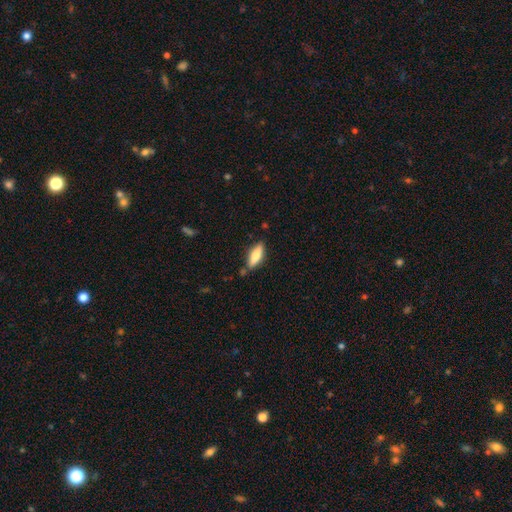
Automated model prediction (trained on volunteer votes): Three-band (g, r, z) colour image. It shows a smooth galaxy with no disk features (71%) that is in between round and cigar-shaped (54%). Merging: none (79%).